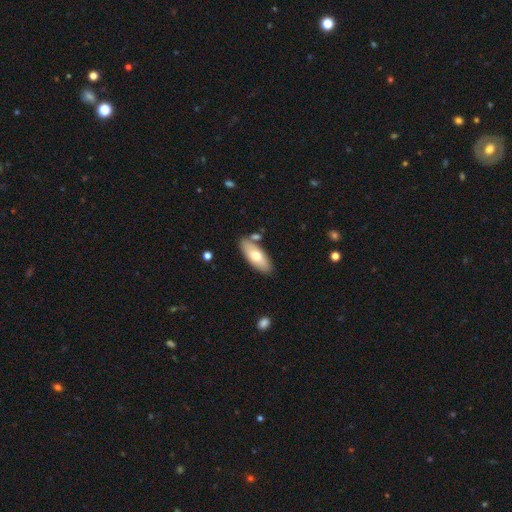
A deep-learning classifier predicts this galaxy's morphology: smooth-or-featured: smooth: 67% | featured or disk: 27% | star or artifact: 6%
  how-rounded: in between: 79% | cigar-shaped: 19% | round: 2%
  merging: none: 78% | minor disturbance: 12% | merger: 7% | major disturbance: 3%